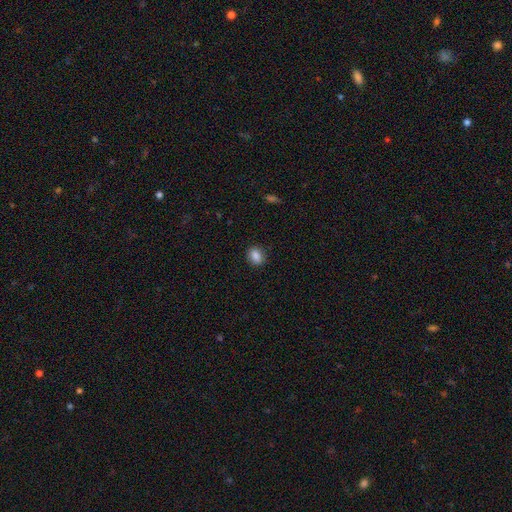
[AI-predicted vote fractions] Smooth or featured: smooth — 85% (star or artifact — 9%)
How rounded: in between — 55% (round — 44%)
Merging: none — 87% (minor disturbance — 9%)